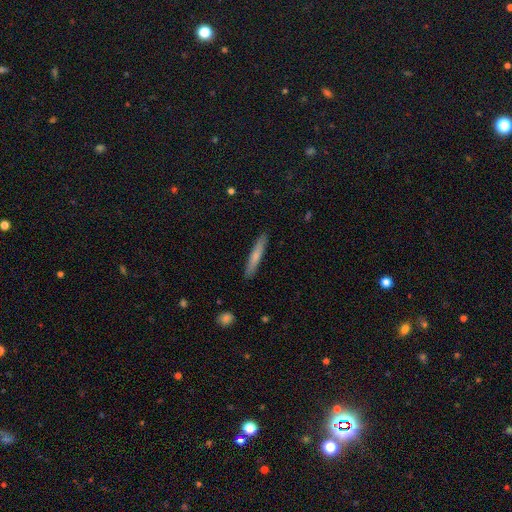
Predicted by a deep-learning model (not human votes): smooth-or-featured: smooth: 67% | featured or disk: 27% | star or artifact: 6%
  how-rounded: cigar-shaped: 94% | in between: 4% | round: 1%
  merging: none: 90% | minor disturbance: 8% | major disturbance: 2% | merger: 1%